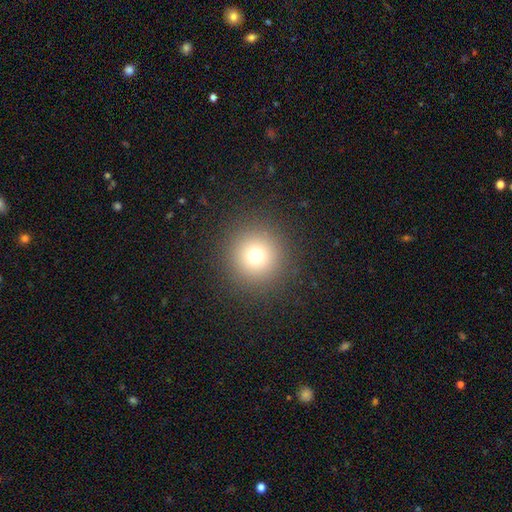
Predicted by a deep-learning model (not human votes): Morphology: type=smooth (72%); roundness=round (96%); merging=none (90%).